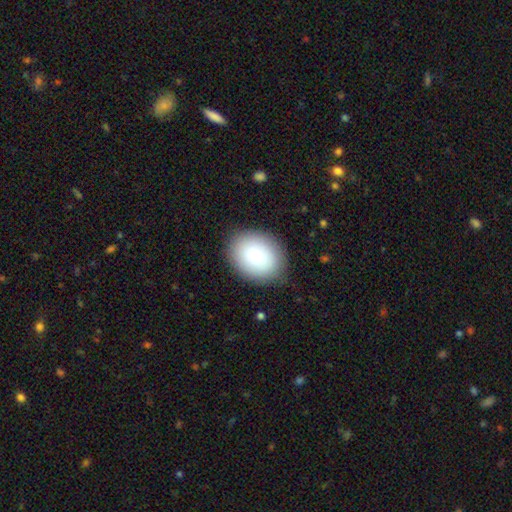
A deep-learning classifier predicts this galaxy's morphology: This is likely a smooth galaxy (78%). How rounded: possibly in between (53%). Merging: clearly none (86%).